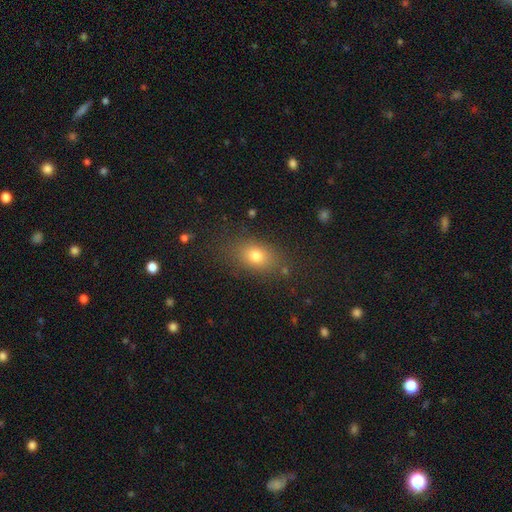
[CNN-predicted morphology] This appears to be a smooth galaxy with no disk features (76%) that is in between round and cigar-shaped (74%). Merging: none (79%).